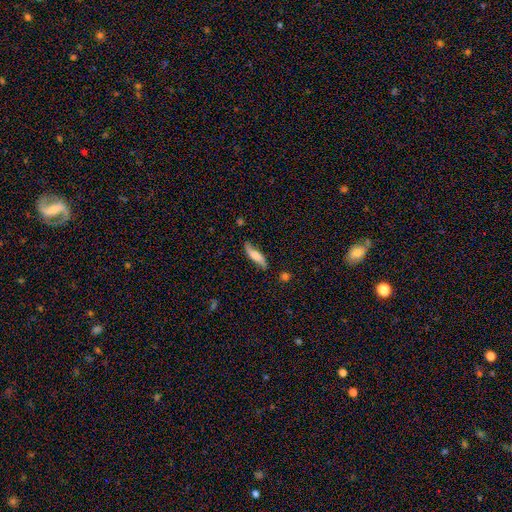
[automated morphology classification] type=smooth (52%); roundness=cigar-shaped (59%); merging=none (74%).